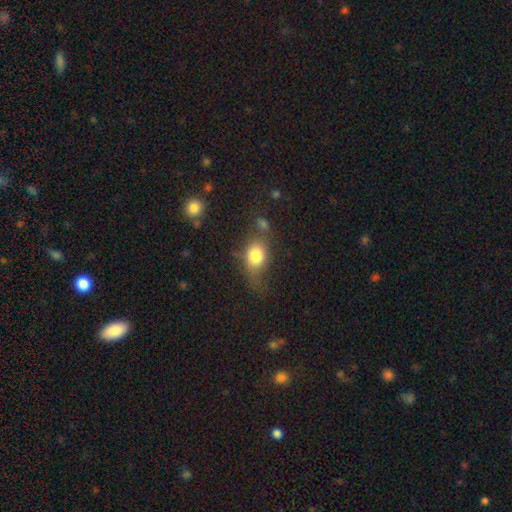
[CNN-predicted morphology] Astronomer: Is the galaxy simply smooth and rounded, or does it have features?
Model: smooth — 78%.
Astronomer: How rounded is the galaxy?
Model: in between — 61% (runner-up: round, 37%).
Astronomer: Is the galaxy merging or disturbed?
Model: none — 49% (runner-up: minor disturbance, 29%).